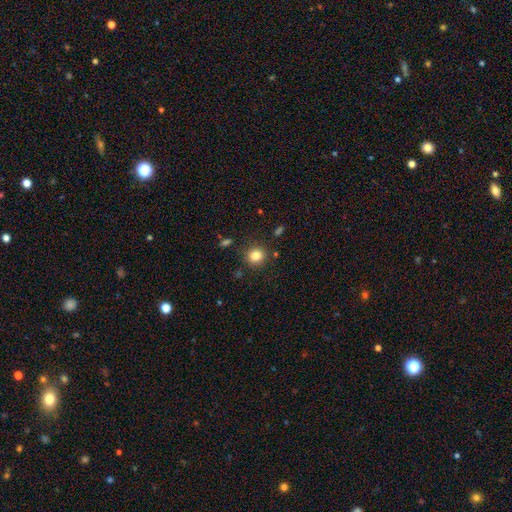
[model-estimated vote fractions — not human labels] Smooth or featured? Predicted: smooth (p=0.83). How rounded? Predicted: round (p=0.86). Merging? Predicted: none (p=0.87).